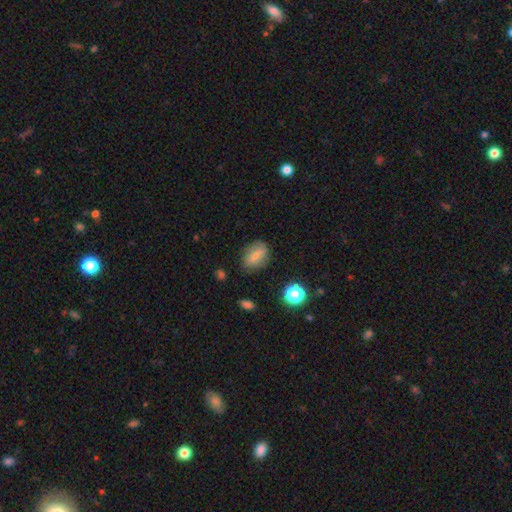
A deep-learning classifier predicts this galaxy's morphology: This is likely a smooth galaxy (73%). How rounded: likely in between (78%). Merging: likely none (75%).